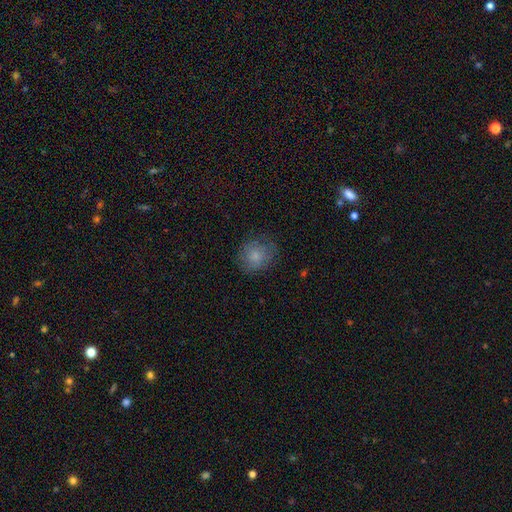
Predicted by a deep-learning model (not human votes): Smooth or featured?
  - smooth: 77% *
  - featured or disk: 14%
  - star or artifact: 9%
How rounded?
  - round: 80% *
  - in between: 19%
  - cigar-shaped: 1%
Merging?
  - none: 73% *
  - minor disturbance: 18%
  - major disturbance: 8%
  - merger: 1%